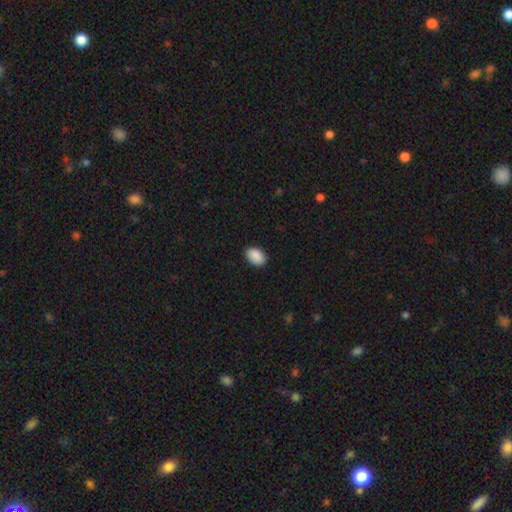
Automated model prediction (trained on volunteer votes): Smooth or featured? smooth (90%)
How rounded? in between (87%)
Merging? none (88%)